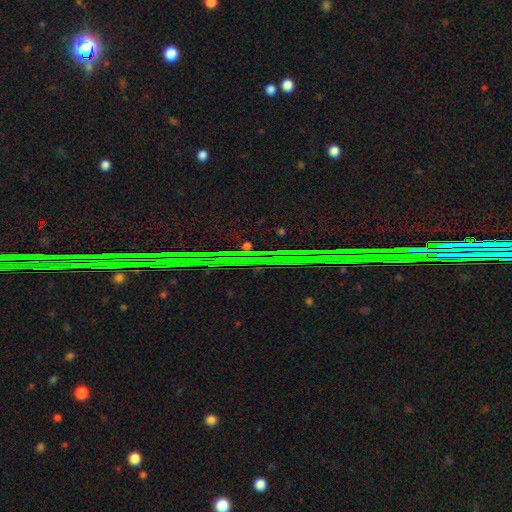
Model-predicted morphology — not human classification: Smooth or featured: star or artifact — 85% (featured or disk — 9%)